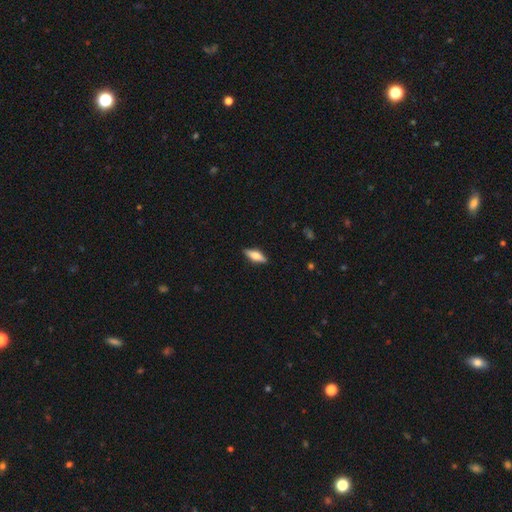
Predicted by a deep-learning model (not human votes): Q: Smooth or featured?
A: smooth (55%); runner-up: featured or disk (39%)
Q: How rounded?
A: in between (57%); runner-up: cigar-shaped (40%)
Q: Merging?
A: none (89%); runner-up: minor disturbance (9%)